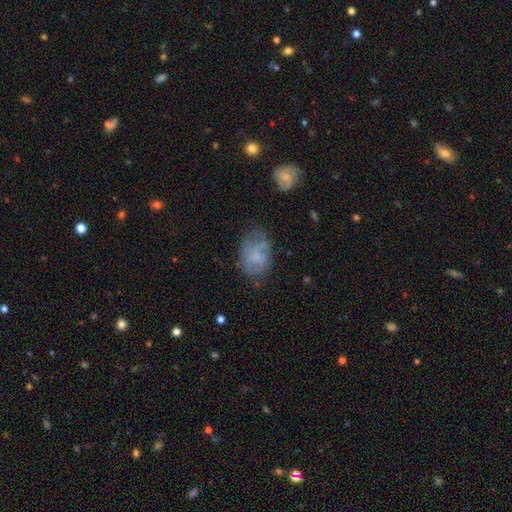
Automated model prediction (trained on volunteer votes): This is possibly a smooth galaxy (50%). Merging: possibly none (50%).